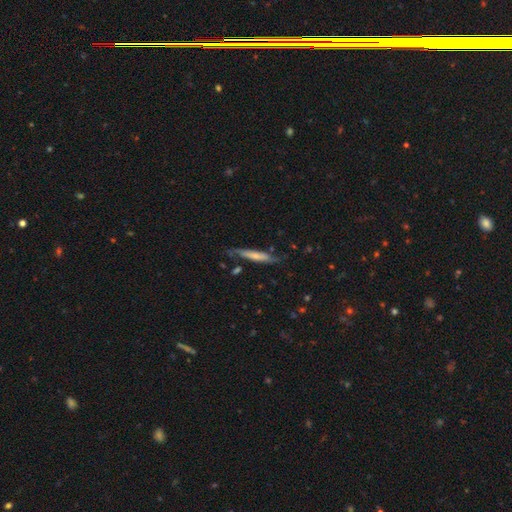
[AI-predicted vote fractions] Smooth or featured?
  - smooth: 54% *
  - featured or disk: 40%
  - star or artifact: 6%
How rounded?
  - cigar-shaped: 89% *
  - in between: 9%
  - round: 2%
Merging?
  - none: 66% *
  - minor disturbance: 23%
  - major disturbance: 7%
  - merger: 4%